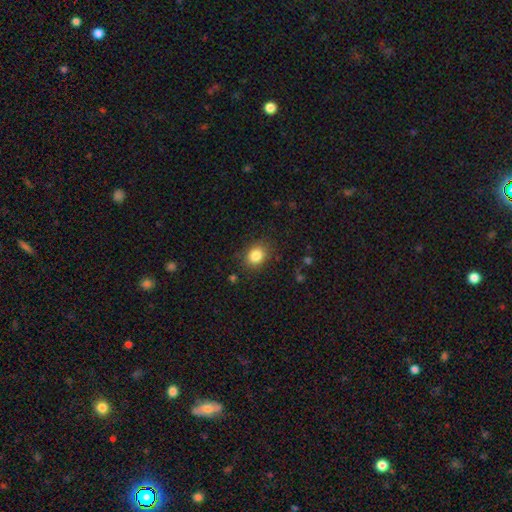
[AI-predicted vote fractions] A smooth galaxy with no disk features (84%) that is round (52%). Merging: none (84%).